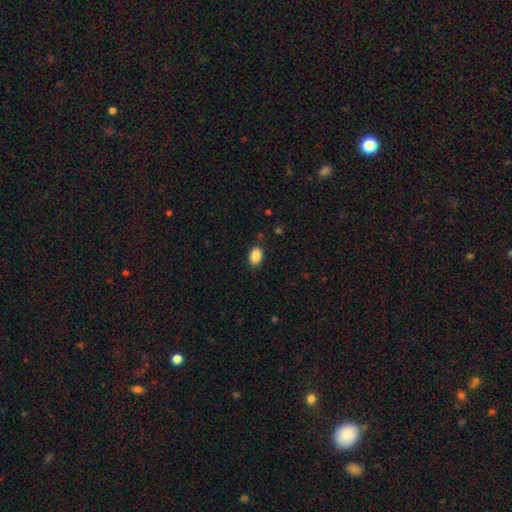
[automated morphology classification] smooth-or-featured: smooth: 88% | star or artifact: 8% | featured or disk: 3%
  how-rounded: in between: 82% | round: 17% | cigar-shaped: 1%
  merging: none: 83% | minor disturbance: 13% | major disturbance: 3% | merger: 1%